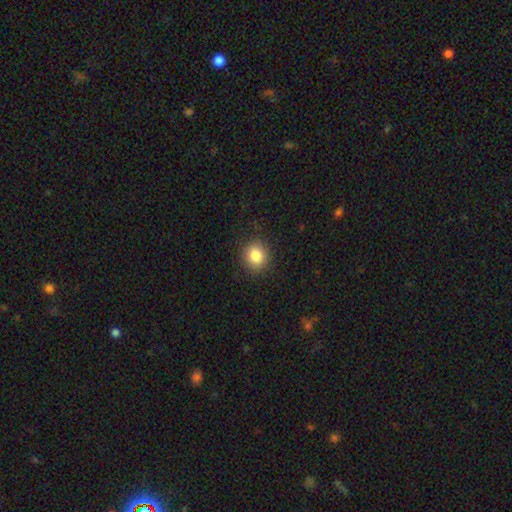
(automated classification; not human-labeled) Smooth or featured? smooth (84%)
How rounded? round (80%)
Merging? none (88%)